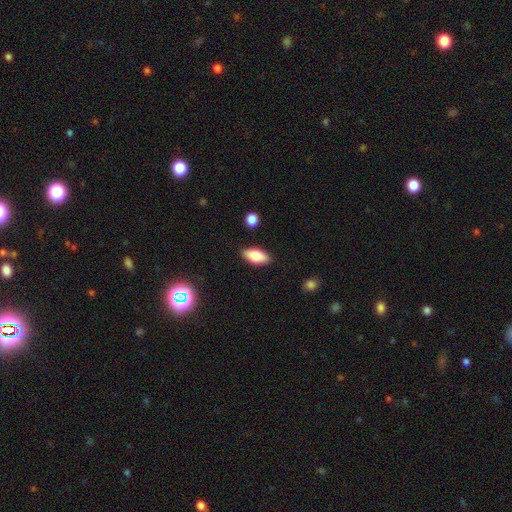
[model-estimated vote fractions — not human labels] Overall: smooth (79%). How rounded: in between (88%). Merging: none (87%).